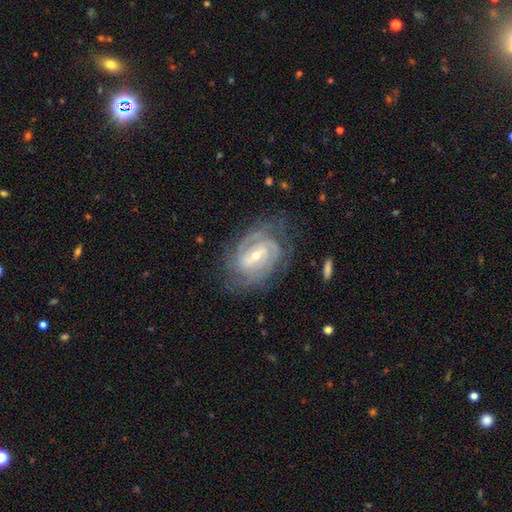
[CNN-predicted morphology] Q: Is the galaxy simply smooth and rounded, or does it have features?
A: featured or disk — 89%.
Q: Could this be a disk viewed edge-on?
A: no — 97%.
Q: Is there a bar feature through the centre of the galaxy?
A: weak — 47%.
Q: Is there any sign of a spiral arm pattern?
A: yes — 97%.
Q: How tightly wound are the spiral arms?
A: tight — 66%.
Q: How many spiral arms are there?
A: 2 — 38%.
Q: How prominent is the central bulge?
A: small — 58%.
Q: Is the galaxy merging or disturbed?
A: none — 72%.